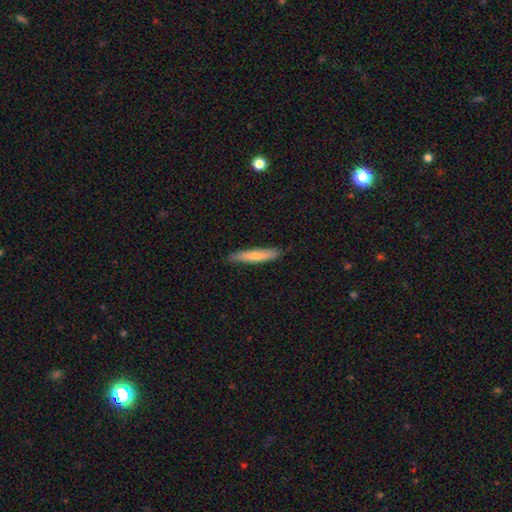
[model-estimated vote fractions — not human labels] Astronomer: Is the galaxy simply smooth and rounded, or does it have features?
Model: smooth — 73%.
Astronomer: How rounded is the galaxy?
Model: cigar-shaped — 90%.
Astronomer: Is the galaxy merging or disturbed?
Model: none — 84%.